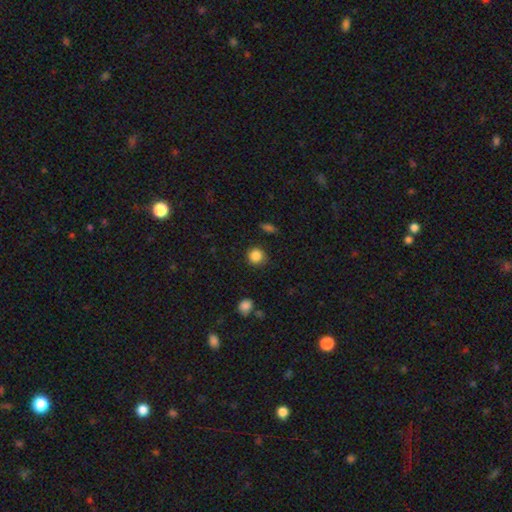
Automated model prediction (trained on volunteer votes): A smooth galaxy with no disk features (86%) that is round (90%). Merging: none (84%).